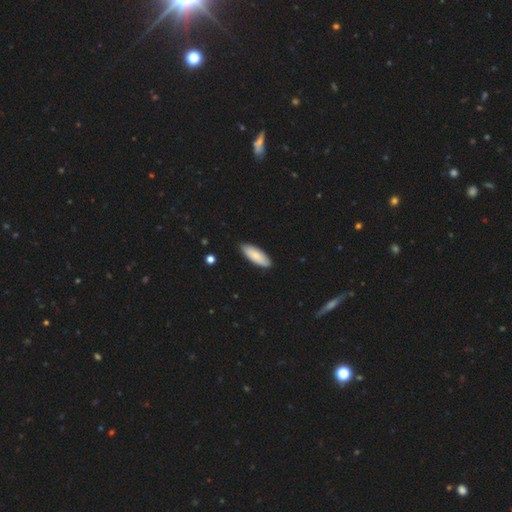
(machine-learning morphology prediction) Q: Smooth or featured?
A: smooth (81%); runner-up: featured or disk (14%)
Q: How rounded?
A: in between (71%); runner-up: cigar-shaped (28%)
Q: Merging?
A: none (86%); runner-up: minor disturbance (11%)